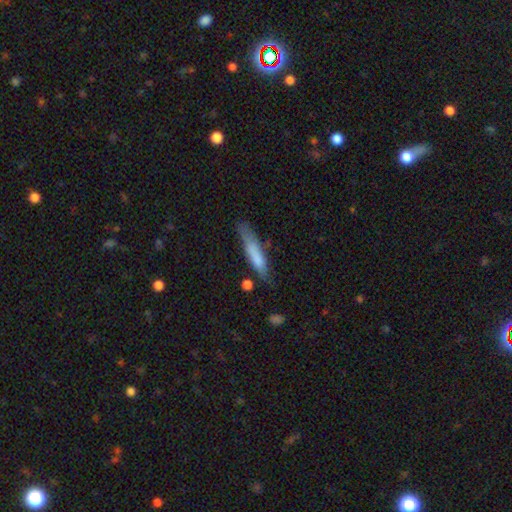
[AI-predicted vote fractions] smooth 71%, featured or disk 23%, star or artifact 6%. Down the decision tree: how rounded — cigar-shaped (84%); merging — none (61%).